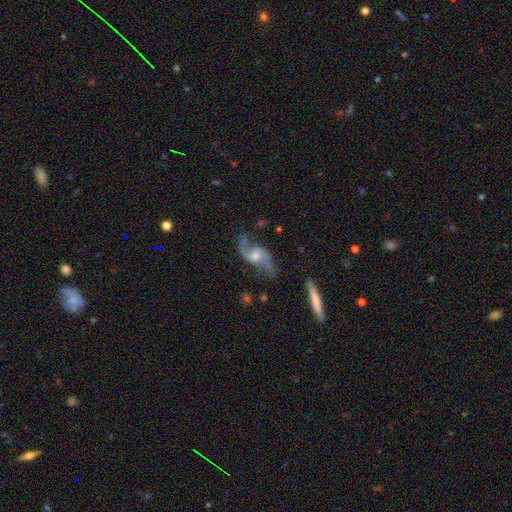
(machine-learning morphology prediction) A featured or disk galaxy (84%) with no bar (60%), 2 (89%) loose (70%) spiral arms (94%) and a moderate central bulge (58%). Merging: none (61%).